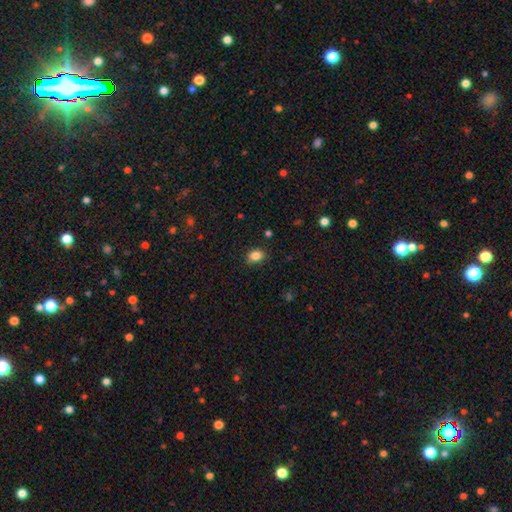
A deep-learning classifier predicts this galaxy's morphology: This is clearly a smooth galaxy (85%). How rounded: likely in between (66%). Merging: clearly none (82%).